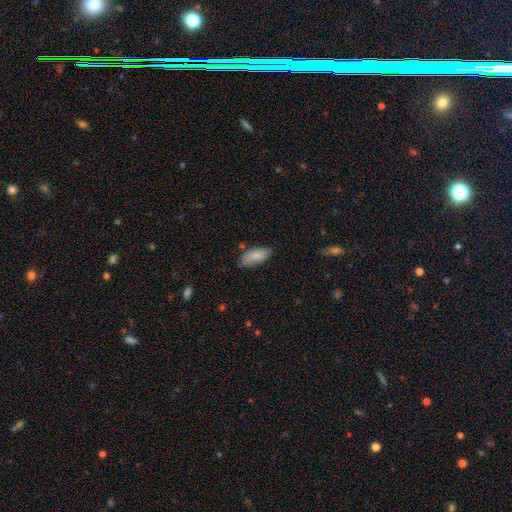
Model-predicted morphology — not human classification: smooth 83%, featured or disk 11%, star or artifact 6%. Down the decision tree: how rounded — in between (89%); merging — none (75%).